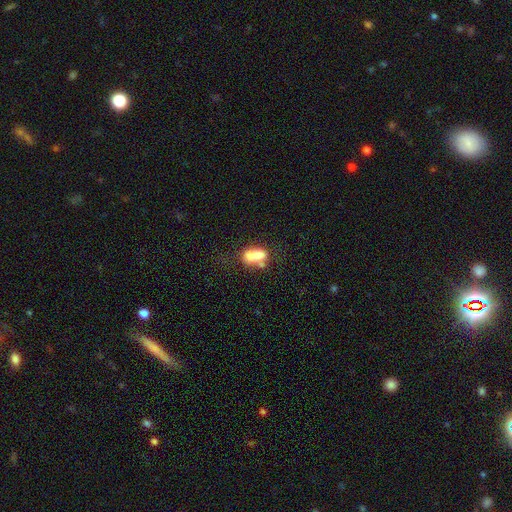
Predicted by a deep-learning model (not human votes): Smooth or featured? Predicted: smooth (p=0.63). How rounded? Predicted: in between (p=0.79). Merging? Predicted: merger (p=0.49).